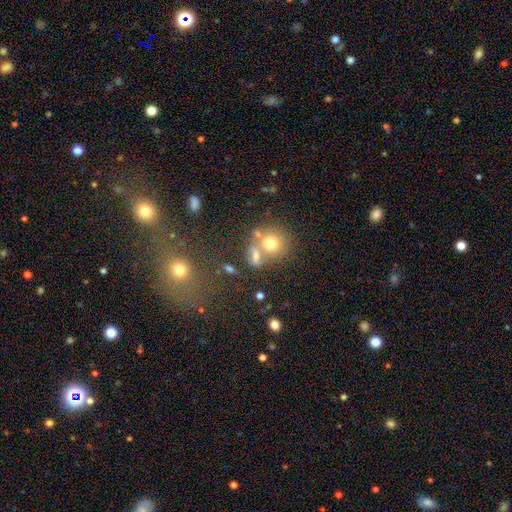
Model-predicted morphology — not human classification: Smooth or featured: smooth — 66% (featured or disk — 18%)
How rounded: round — 62% (in between — 35%)
Merging: none — 43% (merger — 41%)